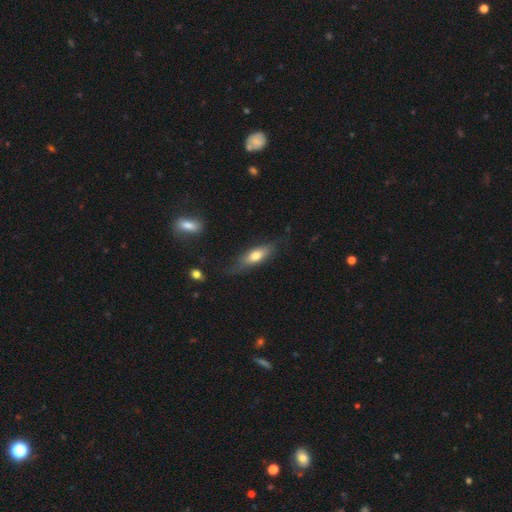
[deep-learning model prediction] Overall: smooth (66%; featured or disk 27%). How rounded: in between (56%; cigar-shaped 41%). Merging: none (65%).